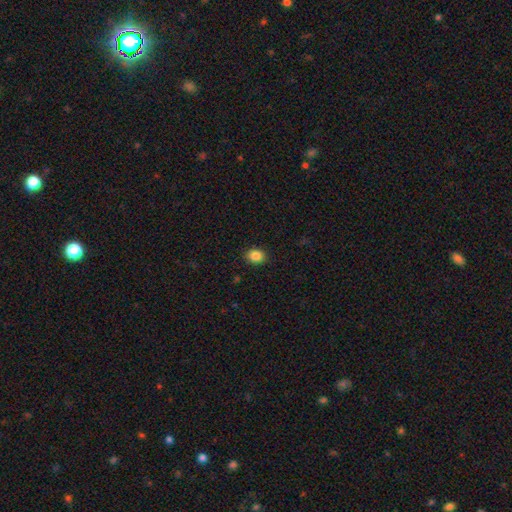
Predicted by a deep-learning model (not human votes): Smooth or featured: smooth — 86% (star or artifact — 10%)
How rounded: round — 53% (in between — 46%)
Merging: none — 90% (minor disturbance — 7%)